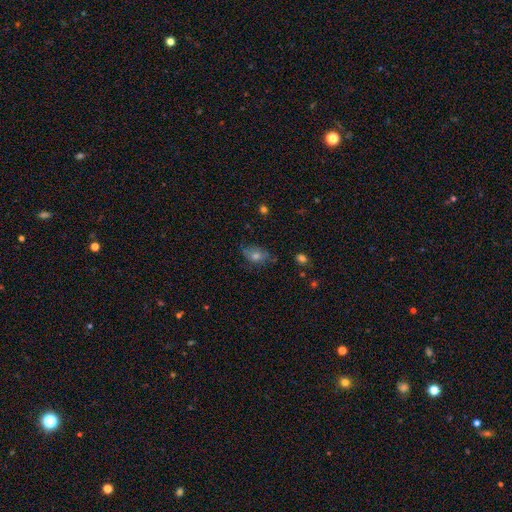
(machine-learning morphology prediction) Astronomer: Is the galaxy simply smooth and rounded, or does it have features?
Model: smooth — 52% (runner-up: featured or disk, 29%).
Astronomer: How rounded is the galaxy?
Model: in between — 75%.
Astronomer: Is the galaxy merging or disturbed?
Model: none — 68%.